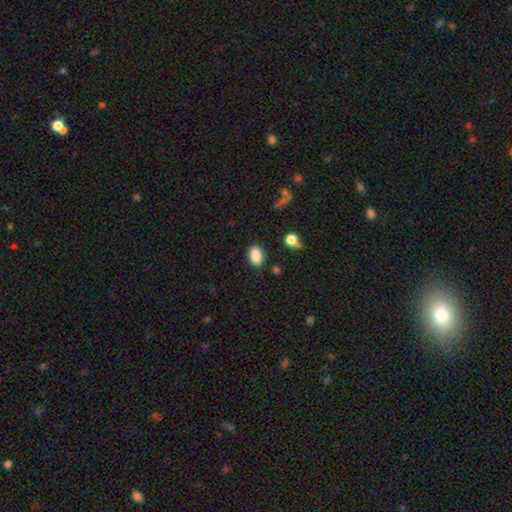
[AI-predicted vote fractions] A smooth galaxy with no disk features (87%) that is in between round and cigar-shaped (87%). Merging: none (83%).